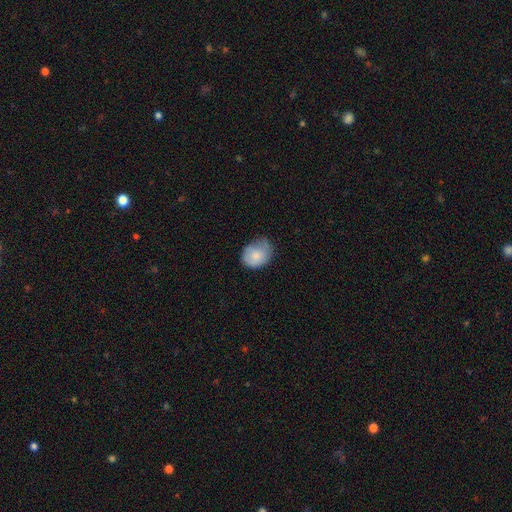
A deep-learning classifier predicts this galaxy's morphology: The model was most divided on "merging": none: 47%, minor disturbance: 40%, major disturbance: 11%, merger: 2%. More confident: smooth or featured — smooth (80%); how rounded — in between (57%).